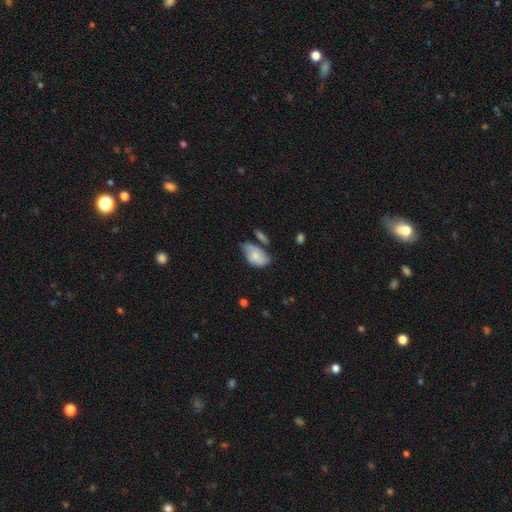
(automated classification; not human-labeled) Q: Smooth or featured?
A: smooth (66%); runner-up: featured or disk (26%)
Q: How rounded?
A: in between (90%); runner-up: round (8%)
Q: Merging?
A: minor disturbance (36%); runner-up: none (34%)